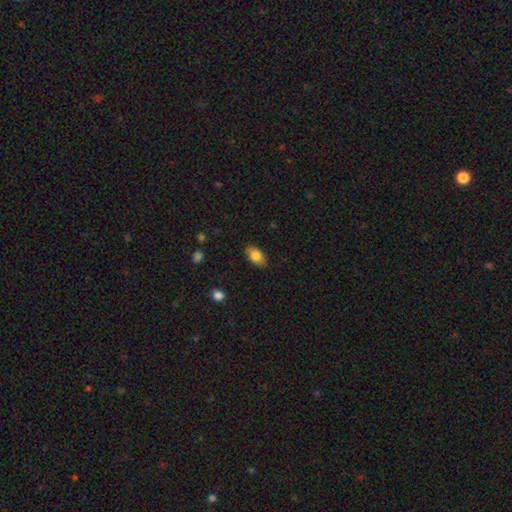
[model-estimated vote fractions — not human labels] Overall: smooth (81%). How rounded: in between (92%). Merging: none (86%).